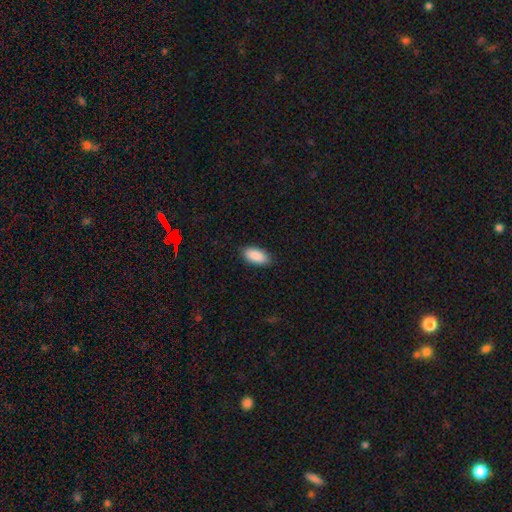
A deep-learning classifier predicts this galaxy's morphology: Smooth or featured: smooth — 90% (star or artifact — 6%)
How rounded: in between — 93% (cigar-shaped — 5%)
Merging: none — 88% (minor disturbance — 9%)